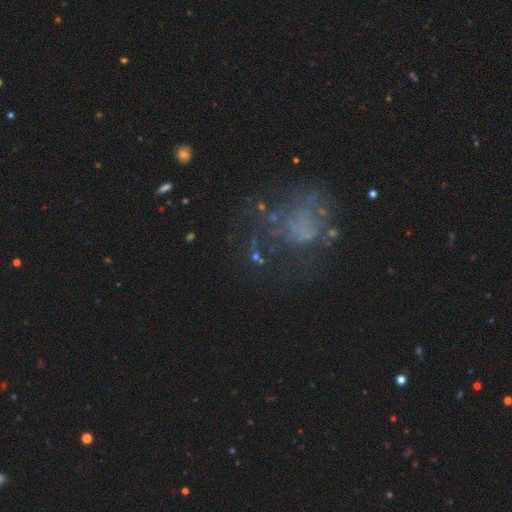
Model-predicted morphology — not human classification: This appears to be a featured or disk galaxy (44%). Merging: none (44%).